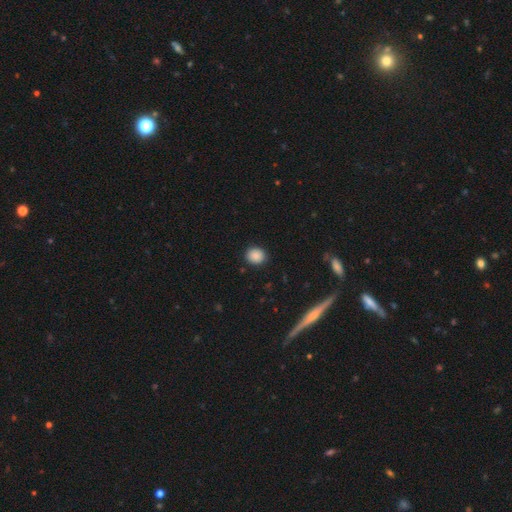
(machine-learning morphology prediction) Smooth or featured? smooth (88%)
How rounded? round (74%)
Merging? none (89%)